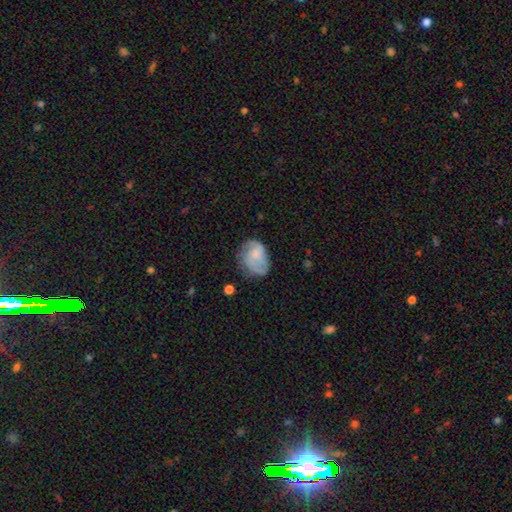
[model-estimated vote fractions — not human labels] Smooth or featured? Predicted: featured or disk (p=0.49). Merging? Predicted: none (p=0.49).